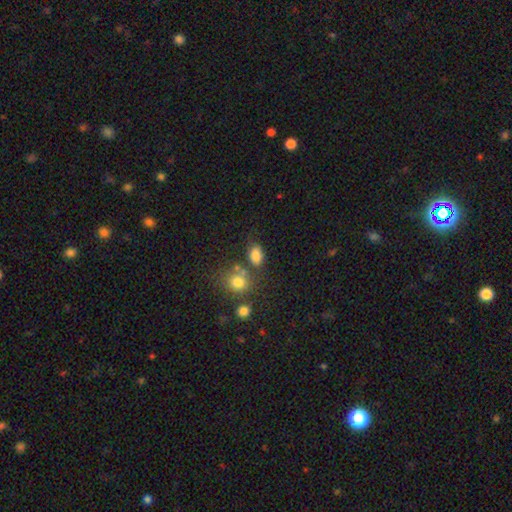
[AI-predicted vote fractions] Smooth or featured? smooth (81%)
How rounded? in between (78%)
Merging? none (63%)